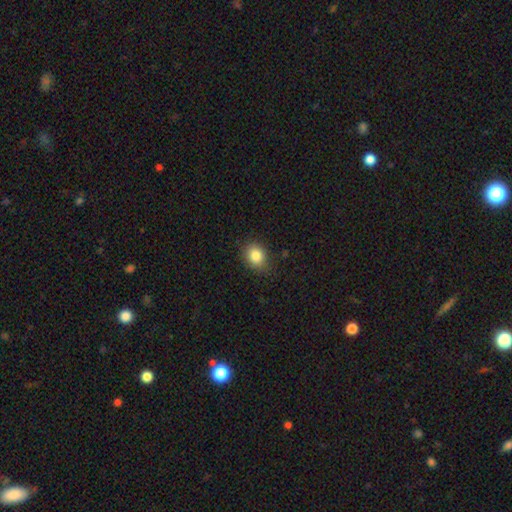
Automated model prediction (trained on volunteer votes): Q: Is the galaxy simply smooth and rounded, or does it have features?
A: smooth — 84%.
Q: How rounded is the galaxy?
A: round — 55%.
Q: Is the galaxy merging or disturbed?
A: none — 82%.